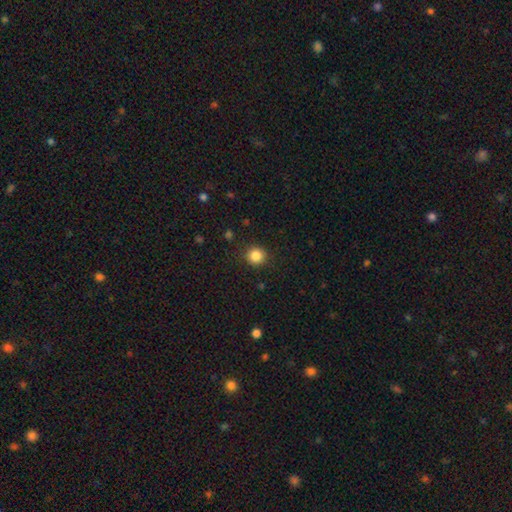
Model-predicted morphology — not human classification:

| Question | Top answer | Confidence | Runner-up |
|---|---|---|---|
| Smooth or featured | smooth | 85% | star or artifact (11%) |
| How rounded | round | 92% | in between (7%) |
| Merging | none | 90% | minor disturbance (6%) |